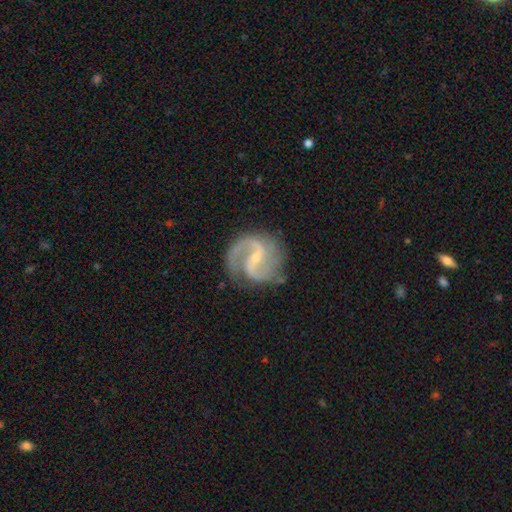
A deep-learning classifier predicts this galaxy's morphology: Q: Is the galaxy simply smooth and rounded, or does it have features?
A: featured or disk — 92%.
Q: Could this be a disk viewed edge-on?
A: no — 98%.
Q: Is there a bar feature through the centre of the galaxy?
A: weak — 46%.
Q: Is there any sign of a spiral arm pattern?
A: yes — 98%.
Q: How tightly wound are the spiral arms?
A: medium — 59%.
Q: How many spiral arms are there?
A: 2 — 92%.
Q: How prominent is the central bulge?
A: small — 73%.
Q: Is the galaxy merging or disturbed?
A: none — 78%.